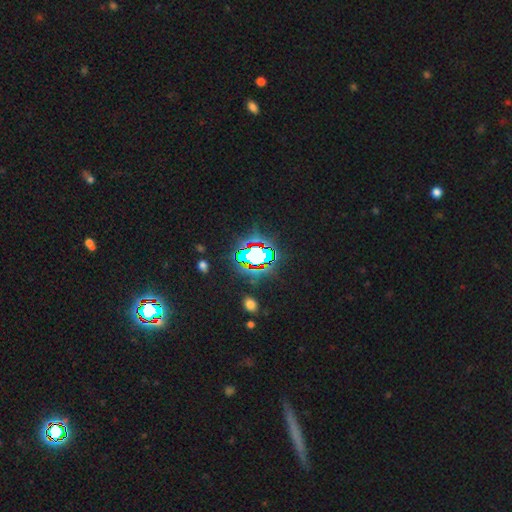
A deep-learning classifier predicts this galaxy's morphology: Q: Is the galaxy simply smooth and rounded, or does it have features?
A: star or artifact — 69%.